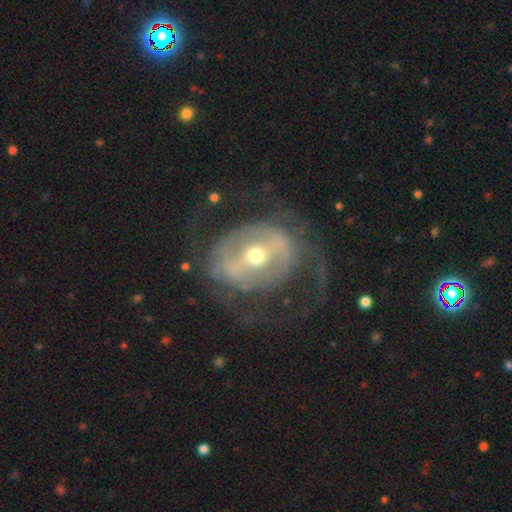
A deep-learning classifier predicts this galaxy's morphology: This appears to be a featured or disk galaxy (79%) with a strong bar (51%), spiral arms (59%) and a moderate central bulge (58%). Merging: none (54%).